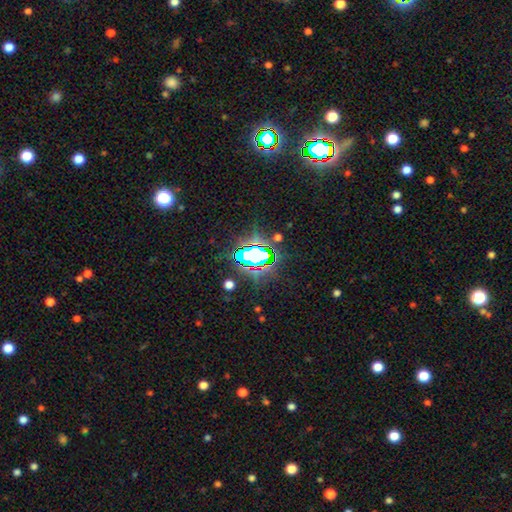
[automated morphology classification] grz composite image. It shows a star or artifact, not a galaxy (69%).